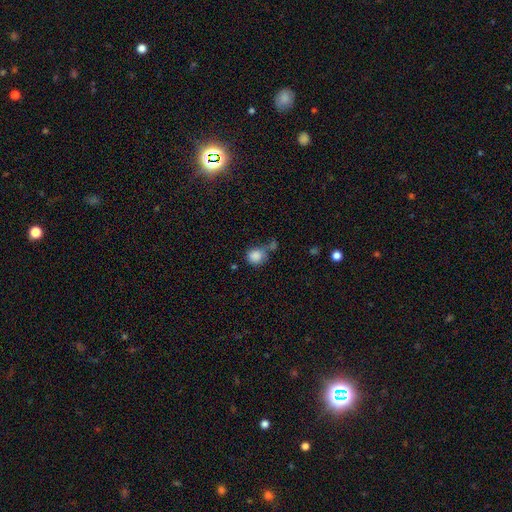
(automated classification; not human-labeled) Overall: smooth (85%). How rounded: round (77%). Merging: none (44%; merger 24%).